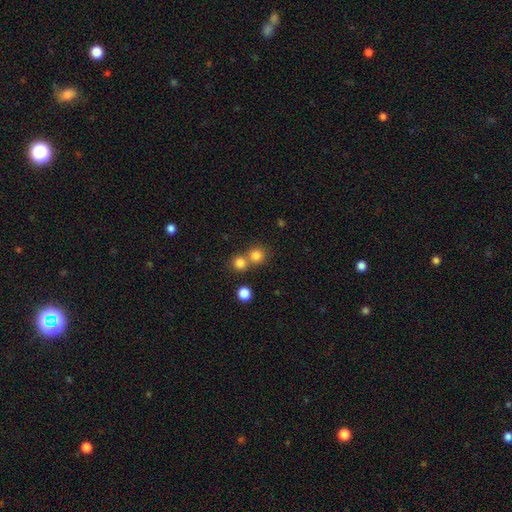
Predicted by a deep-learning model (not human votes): This is clearly a smooth galaxy (80%). How rounded: clearly round (90%). Merging: possibly none (56%).